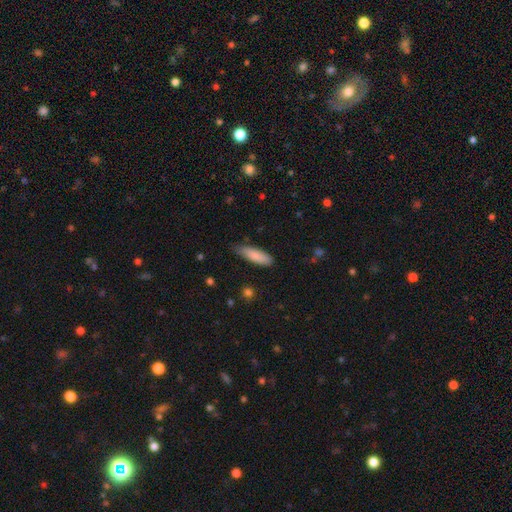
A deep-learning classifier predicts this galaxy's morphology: Smooth or featured? Predicted: smooth (p=0.84). How rounded? Predicted: cigar-shaped (p=0.55). Merging? Predicted: none (p=0.75).